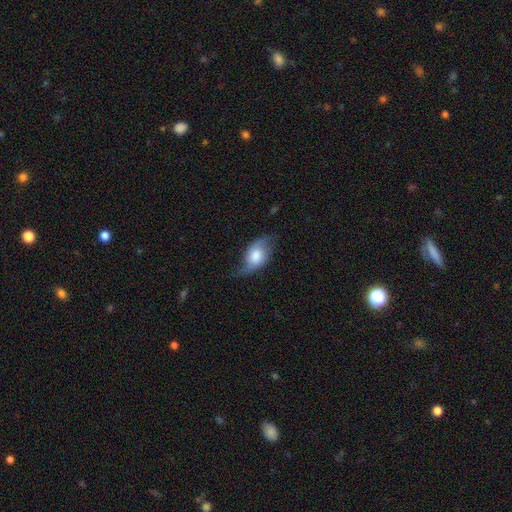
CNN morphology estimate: type=featured or disk (51%); edge-on=no (87%); merging=none (55%).